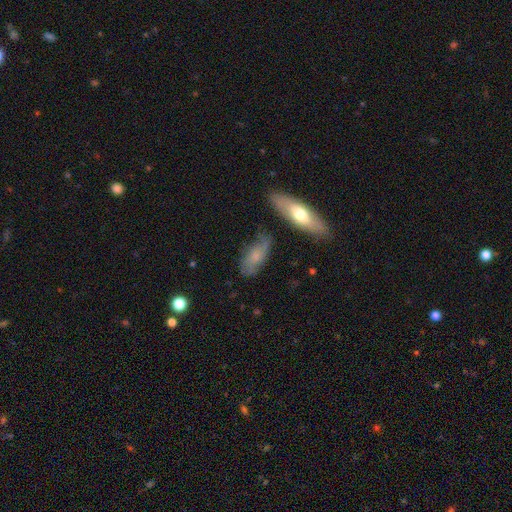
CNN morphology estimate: smooth_or_featured: smooth (p=0.50) [alt: featured or disk p=0.42]
how_rounded: in between (p=0.77) [alt: cigar-shaped p=0.19]
merging: none (p=0.61) [alt: minor disturbance p=0.25]